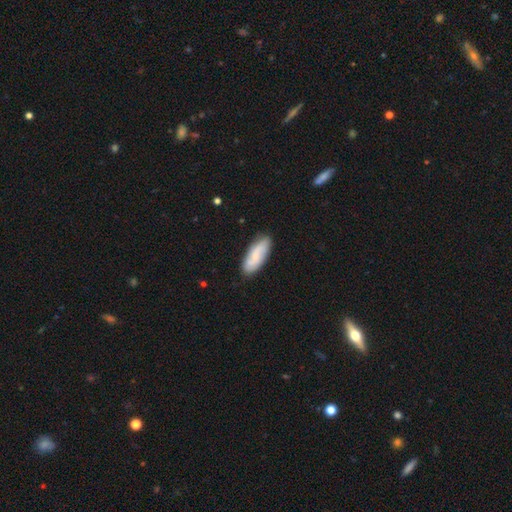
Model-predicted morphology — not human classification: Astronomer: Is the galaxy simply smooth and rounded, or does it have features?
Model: smooth — 66%.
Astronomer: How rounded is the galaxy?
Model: in between — 70%.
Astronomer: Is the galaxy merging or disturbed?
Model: none — 83%.